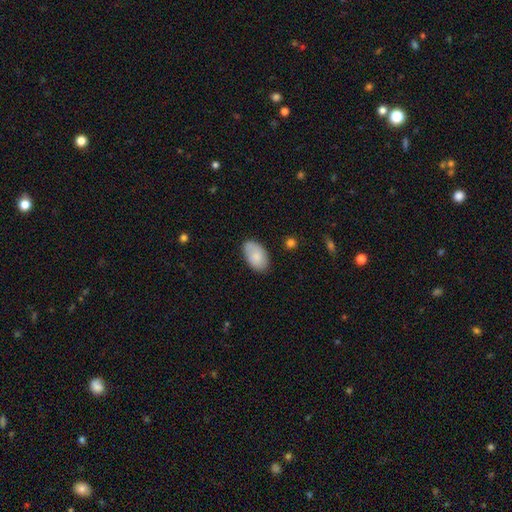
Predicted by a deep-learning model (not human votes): Smooth or featured: smooth — 81% (featured or disk — 12%)
How rounded: in between — 94% (round — 5%)
Merging: none — 75% (minor disturbance — 19%)